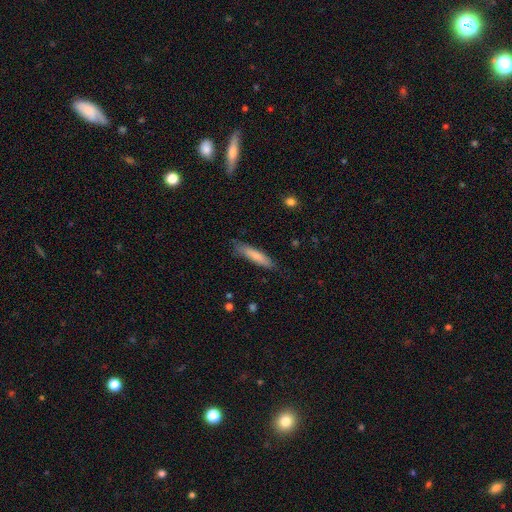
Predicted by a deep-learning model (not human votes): Smooth or featured? smooth (78%)
How rounded? cigar-shaped (85%)
Merging? none (79%)